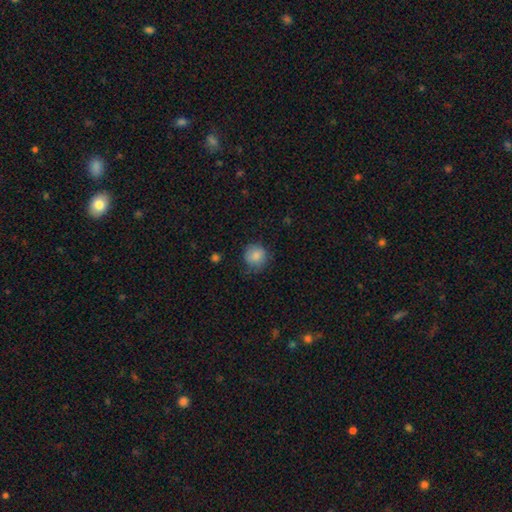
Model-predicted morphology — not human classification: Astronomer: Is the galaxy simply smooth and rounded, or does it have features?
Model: smooth — 85%.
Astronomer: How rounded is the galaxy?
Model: round — 87%.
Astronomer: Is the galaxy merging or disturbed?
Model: none — 66%.